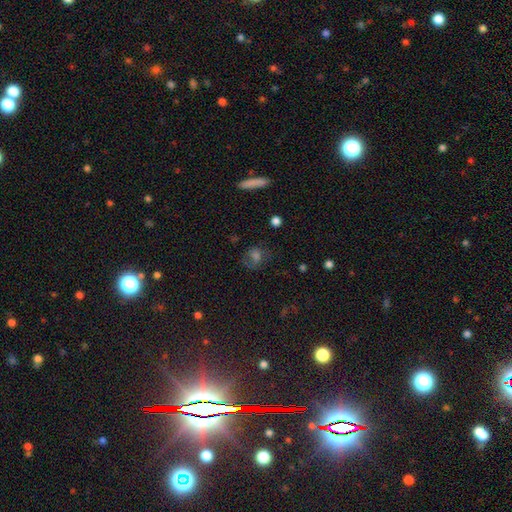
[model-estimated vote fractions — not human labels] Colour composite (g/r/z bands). It shows a smooth galaxy with no disk features (47%). Merging: none (60%).